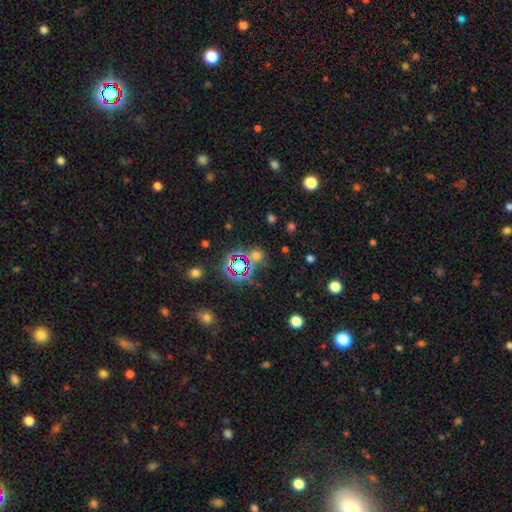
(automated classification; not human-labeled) A star or artifact, not a galaxy (48%).